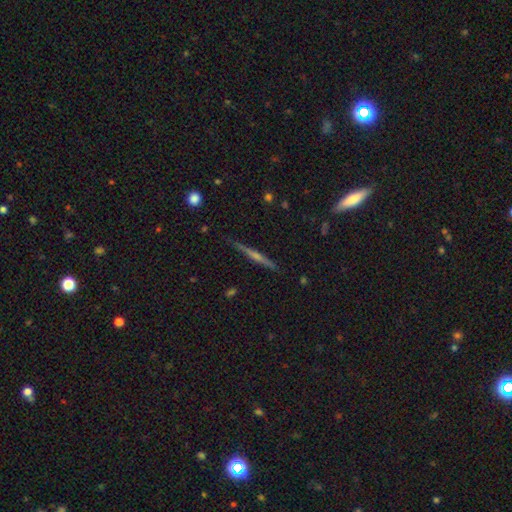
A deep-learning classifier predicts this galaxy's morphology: A featured or disk galaxy (71%) viewed edge-on (98%) with a rounded central bulge (56%). Merging: none (88%).